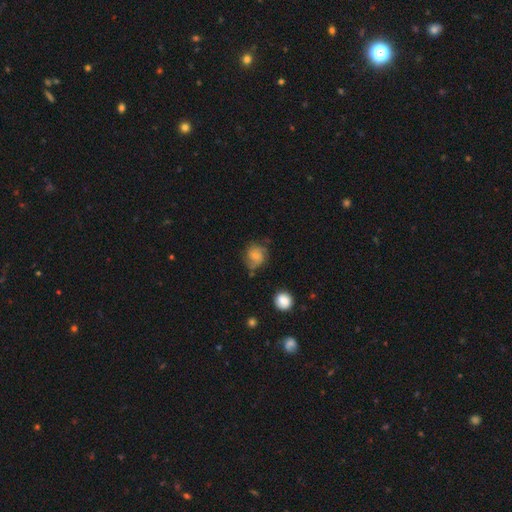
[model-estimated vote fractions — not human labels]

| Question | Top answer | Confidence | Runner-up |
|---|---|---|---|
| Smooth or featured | smooth | 53% | featured or disk (37%) |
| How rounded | round | 75% | in between (24%) |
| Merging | none | 57% | minor disturbance (28%) |